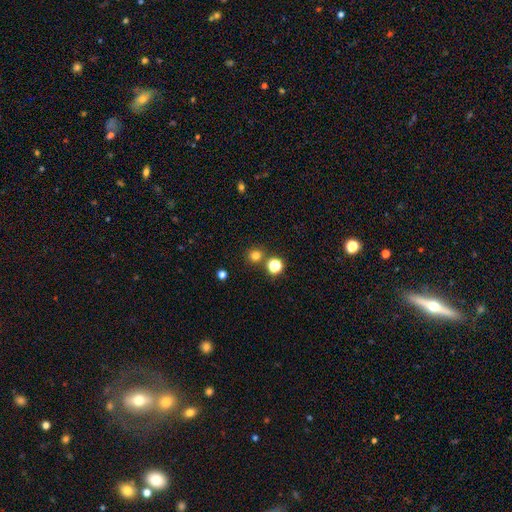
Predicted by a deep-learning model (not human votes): Q: Smooth or featured?
A: smooth (77%); runner-up: star or artifact (18%)
Q: How rounded?
A: round (92%); runner-up: in between (8%)
Q: Merging?
A: none (81%); runner-up: merger (10%)